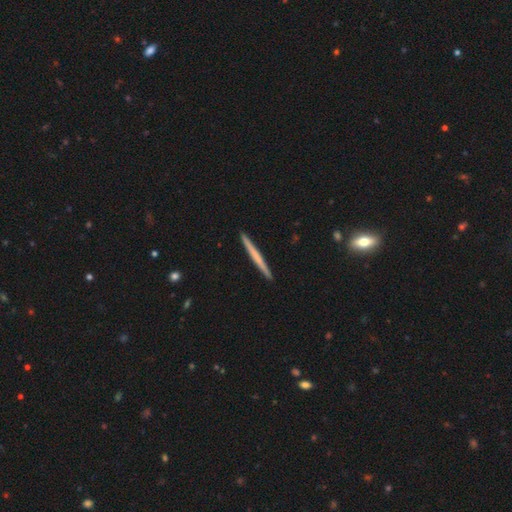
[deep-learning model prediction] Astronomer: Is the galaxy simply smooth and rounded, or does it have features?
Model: smooth — 49% (runner-up: featured or disk, 46%).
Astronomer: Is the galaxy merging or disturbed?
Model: none — 93%.